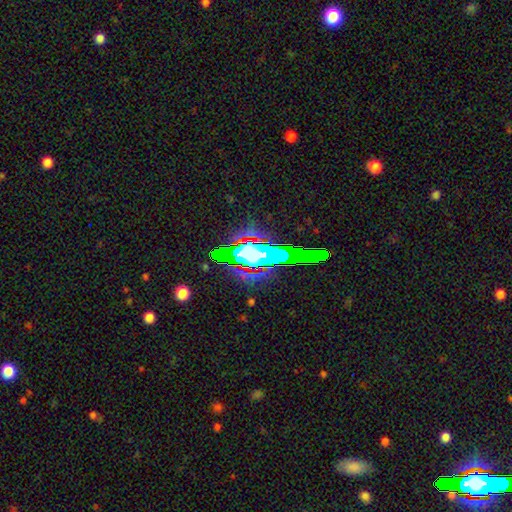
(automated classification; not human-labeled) Smooth or featured?
  - star or artifact: 49% *
  - smooth: 25%
  - featured or disk: 25%